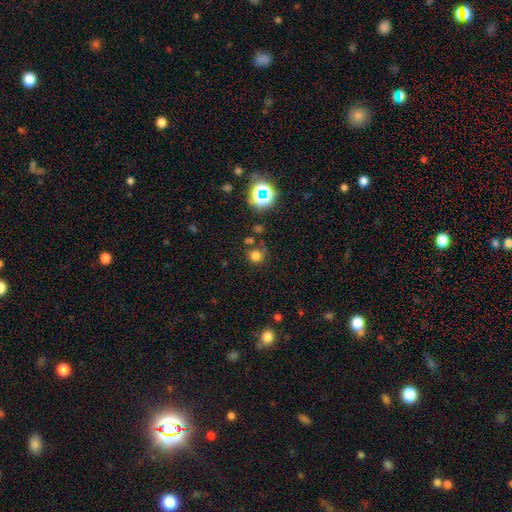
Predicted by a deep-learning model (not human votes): smooth_or_featured: smooth (p=0.72) [alt: star or artifact p=0.20]
how_rounded: round (p=0.88) [alt: in between p=0.11]
merging: none (p=0.65) [alt: minor disturbance p=0.16]